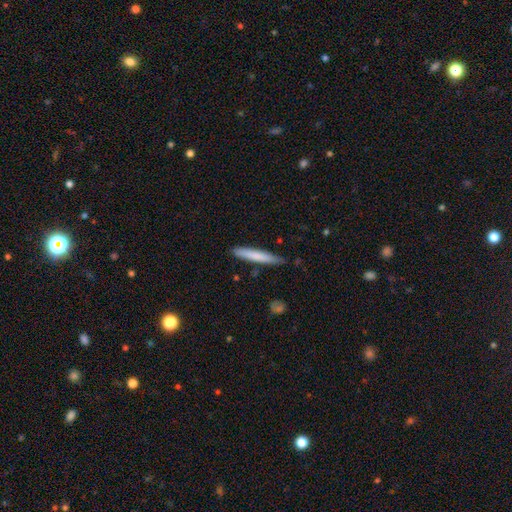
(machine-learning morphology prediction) Q: Smooth or featured?
A: smooth (76%); runner-up: featured or disk (18%)
Q: How rounded?
A: cigar-shaped (94%); runner-up: in between (4%)
Q: Merging?
A: none (84%); runner-up: minor disturbance (12%)